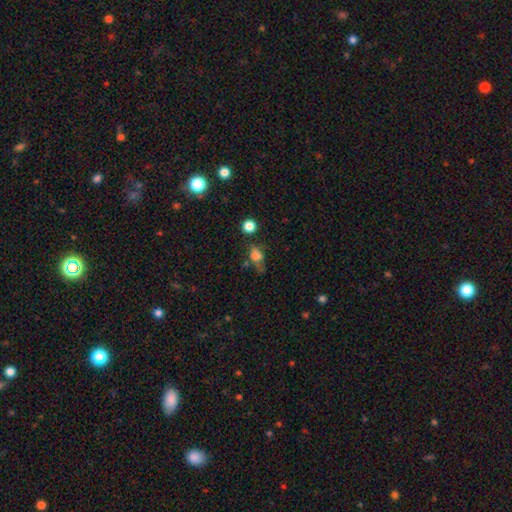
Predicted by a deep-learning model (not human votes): smooth 69%, star or artifact 16%, featured or disk 15%. Down the decision tree: how rounded — in between (64%); merging — none (44%).